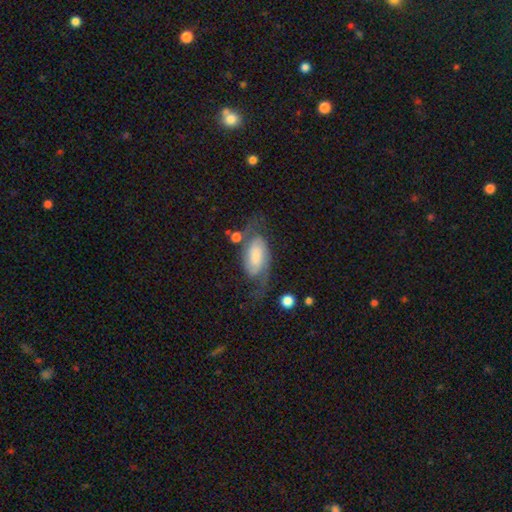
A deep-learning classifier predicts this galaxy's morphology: smooth-or-featured: featured or disk: 72% | smooth: 21% | star or artifact: 7%
  disk-edge-on: no: 95% | yes: 5%
    bar: no: 52% | weak: 34% | strong: 14%
    has-spiral-arms: yes: 94% | no: 6%
      spiral-winding: medium: 44% | loose: 33% | tight: 23%
      spiral-arm-count: 2: 89% | can't tell: 5% | 1: 3% | 3: 2% | 4: 1% | more than 4: 1%
    bulge-size: none: 27% | small: 25% | large: 21% | moderate: 17% | dominant: 10%
  merging: none: 54% | minor disturbance: 21% | major disturbance: 20% | merger: 5%